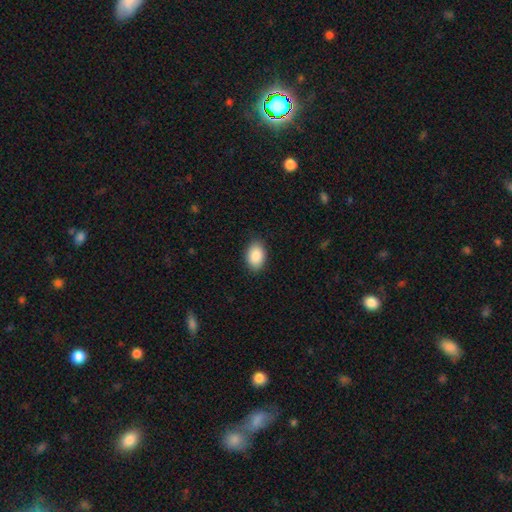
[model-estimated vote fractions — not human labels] Smooth or featured? smooth (89%)
How rounded? in between (89%)
Merging? none (88%)